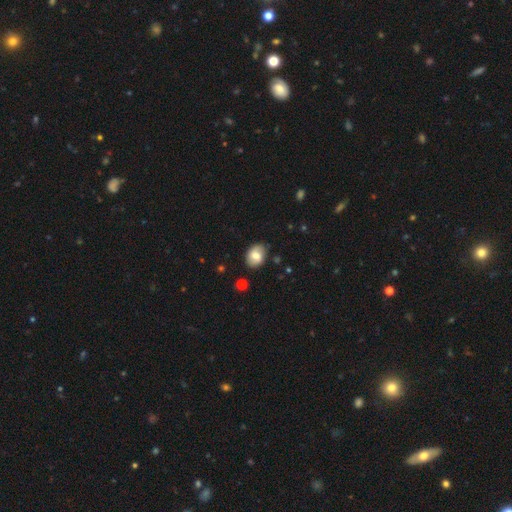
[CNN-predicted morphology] Overall: smooth (69%). How rounded: in between (70%). Merging: none (80%).